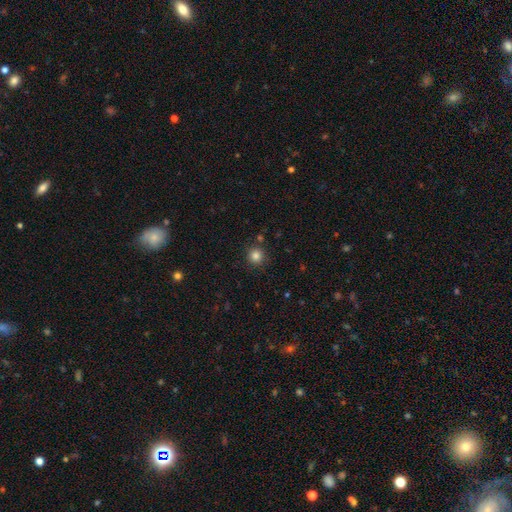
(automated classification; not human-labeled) smooth_or_featured: smooth (p=0.83) [alt: star or artifact p=0.12]
how_rounded: round (p=0.94) [alt: in between p=0.05]
merging: none (p=0.87) [alt: minor disturbance p=0.07]